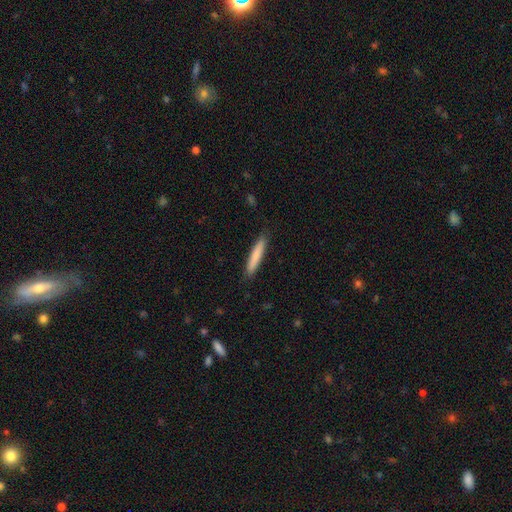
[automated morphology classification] smooth_or_featured: smooth (p=0.80) [alt: featured or disk p=0.15]
how_rounded: cigar-shaped (p=0.93) [alt: in between p=0.06]
merging: none (p=0.88) [alt: minor disturbance p=0.09]